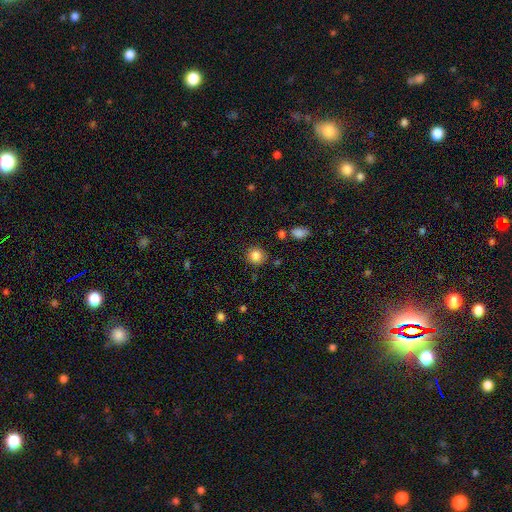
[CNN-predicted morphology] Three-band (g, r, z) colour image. It shows a smooth galaxy with no disk features (84%) that is round (90%). Merging: none (87%).